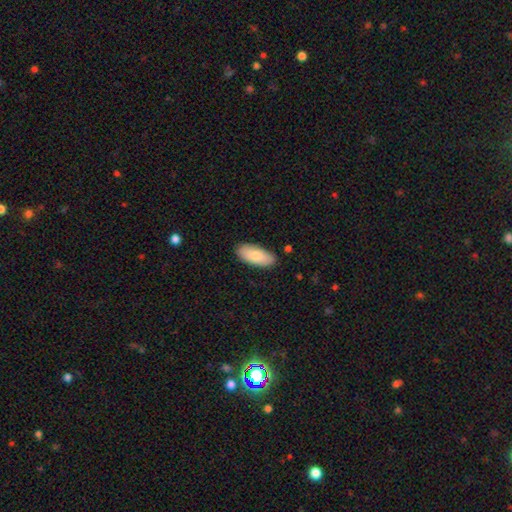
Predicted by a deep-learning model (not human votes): Q: Smooth or featured?
A: smooth (82%); runner-up: featured or disk (12%)
Q: How rounded?
A: in between (87%); runner-up: cigar-shaped (11%)
Q: Merging?
A: none (86%); runner-up: minor disturbance (11%)